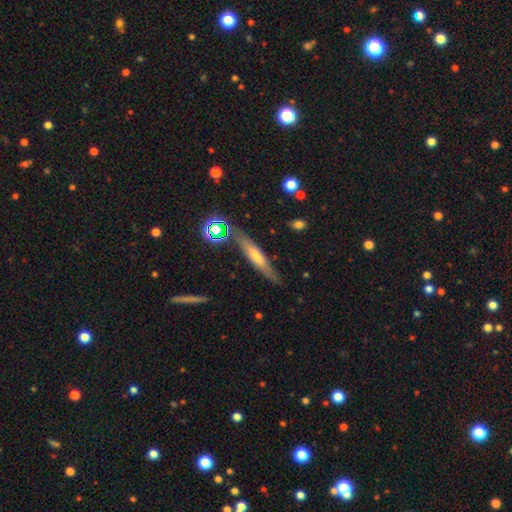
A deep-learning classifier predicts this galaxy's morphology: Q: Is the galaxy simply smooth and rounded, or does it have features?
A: featured or disk — 49%.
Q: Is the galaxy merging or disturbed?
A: none — 81%.